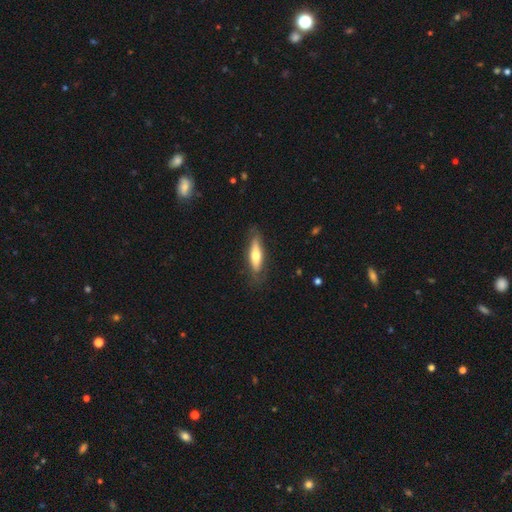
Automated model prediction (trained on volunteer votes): smooth 57%, featured or disk 38%, star or artifact 6%. Down the decision tree: how rounded — cigar-shaped (64%); merging — none (78%).